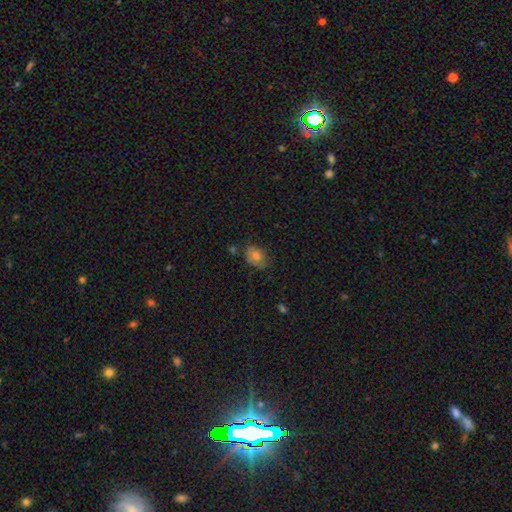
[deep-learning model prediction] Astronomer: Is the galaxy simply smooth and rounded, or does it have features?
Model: smooth — 71%.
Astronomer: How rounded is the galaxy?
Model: in between — 76%.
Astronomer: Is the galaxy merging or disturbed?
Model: none — 67%.